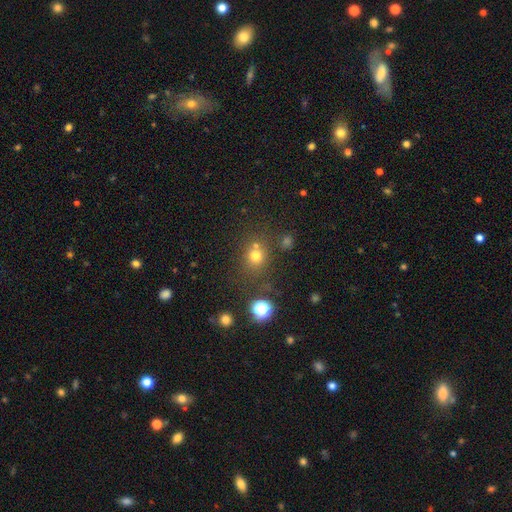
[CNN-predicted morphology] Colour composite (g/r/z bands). It shows a smooth galaxy with no disk features (70%) that is round (82%). Merging: none (68%).